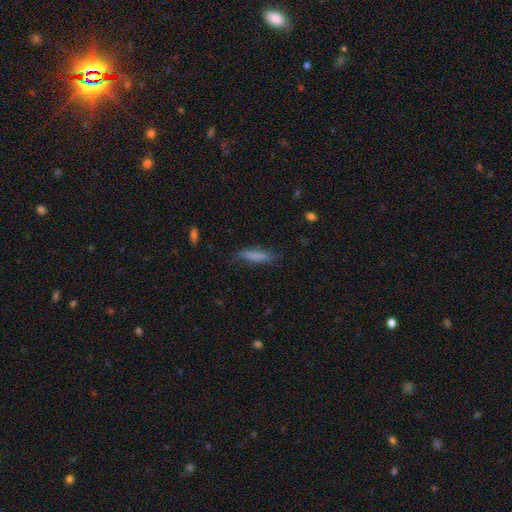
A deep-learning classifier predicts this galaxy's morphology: The model was most divided on "merging": none: 67%, minor disturbance: 24%, major disturbance: 7%, merger: 2%. More confident: how rounded — cigar-shaped (78%); smooth or featured — smooth (77%).